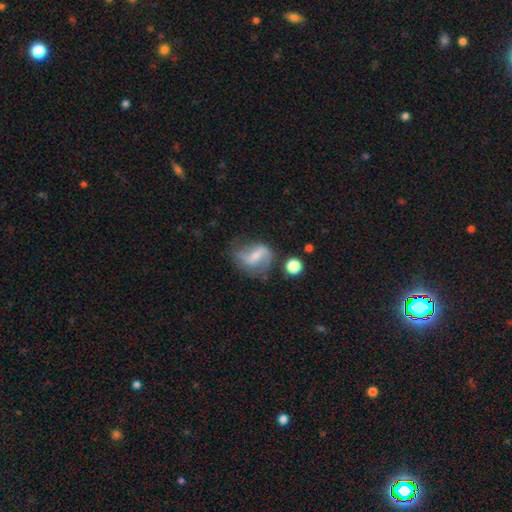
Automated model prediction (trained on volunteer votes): Smooth or featured? Predicted: featured or disk (p=0.64). Edge-on disk? Predicted: no (p=0.96). Bar? Predicted: weak (p=0.41). Spiral arms? Predicted: yes (p=0.81). Bulge size? Predicted: small (p=0.48). Merging? Predicted: none (p=0.50).